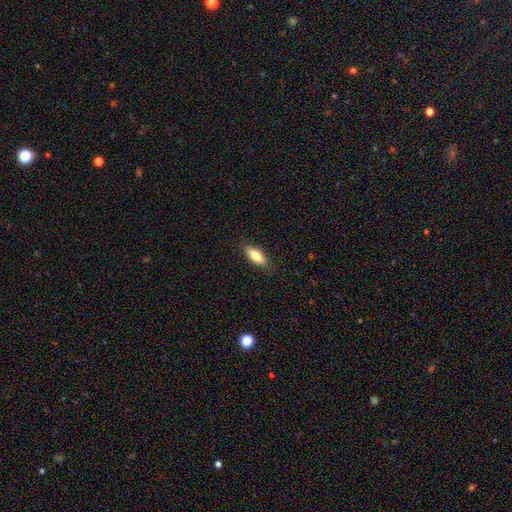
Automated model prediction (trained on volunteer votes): smooth 75%, featured or disk 18%, star or artifact 7%. Down the decision tree: how rounded — in between (69%); merging — none (87%).